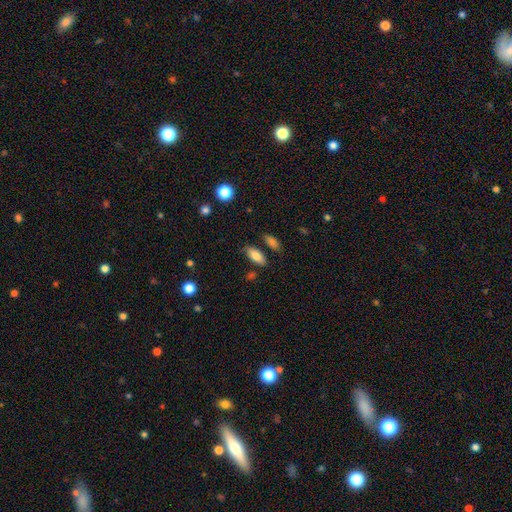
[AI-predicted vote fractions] Smooth or featured: smooth — 81% (featured or disk — 12%)
How rounded: in between — 85% (cigar-shaped — 12%)
Merging: none — 75% (minor disturbance — 15%)